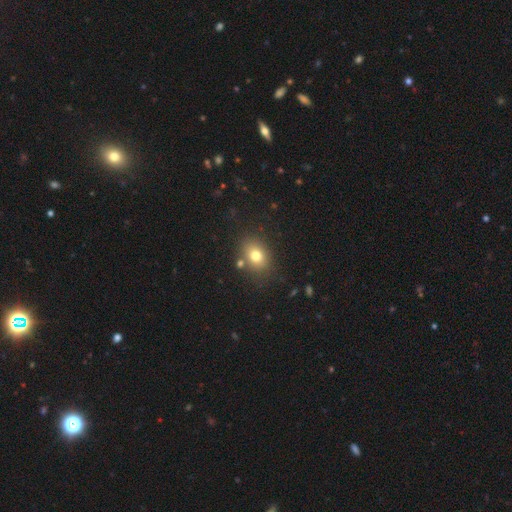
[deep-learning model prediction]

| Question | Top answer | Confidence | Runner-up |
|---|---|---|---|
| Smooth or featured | smooth | 76% | star or artifact (13%) |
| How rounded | in between | 54% | round (45%) |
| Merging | none | 78% | minor disturbance (11%) |